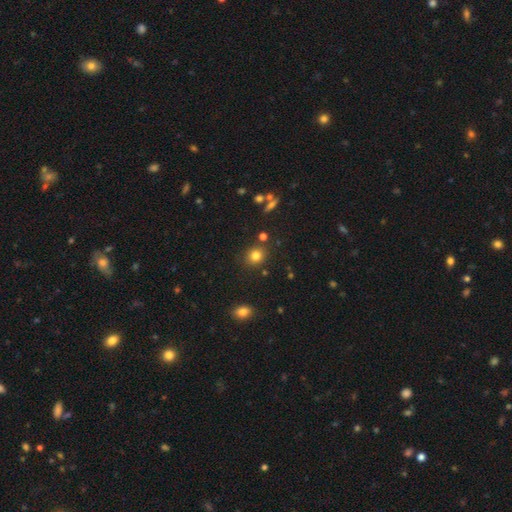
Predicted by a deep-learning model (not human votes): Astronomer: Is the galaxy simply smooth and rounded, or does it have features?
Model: smooth — 80%.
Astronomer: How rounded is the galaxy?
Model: round — 76%.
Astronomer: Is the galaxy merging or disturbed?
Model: none — 83%.